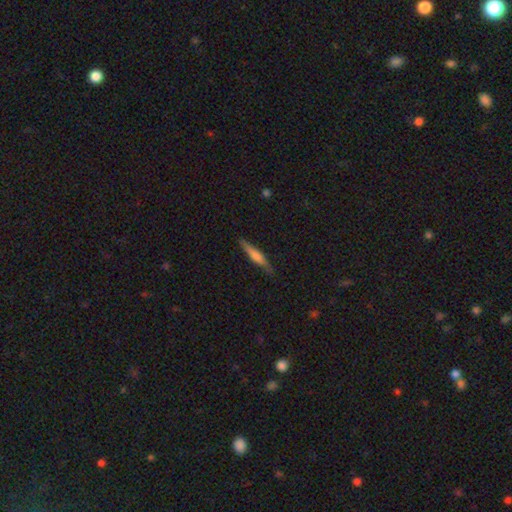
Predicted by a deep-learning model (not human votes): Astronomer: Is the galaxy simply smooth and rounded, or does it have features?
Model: smooth — 52% (runner-up: featured or disk, 42%).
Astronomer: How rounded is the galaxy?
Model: cigar-shaped — 90%.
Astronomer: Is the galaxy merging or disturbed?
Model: none — 84%.